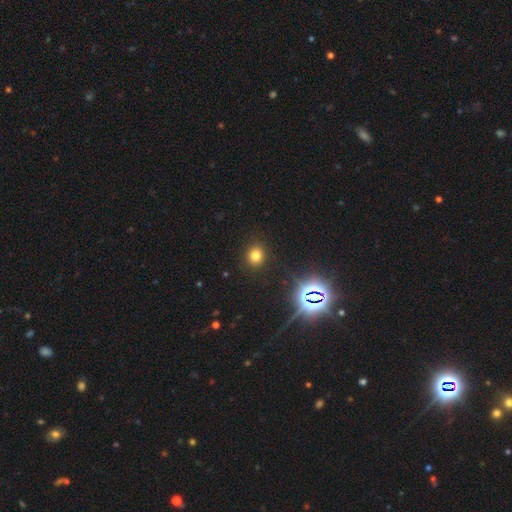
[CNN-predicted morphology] The model was most divided on "how rounded": round: 76%, in between: 23%, cigar-shaped: 1%. More confident: merging — none (90%); smooth or featured — smooth (73%).